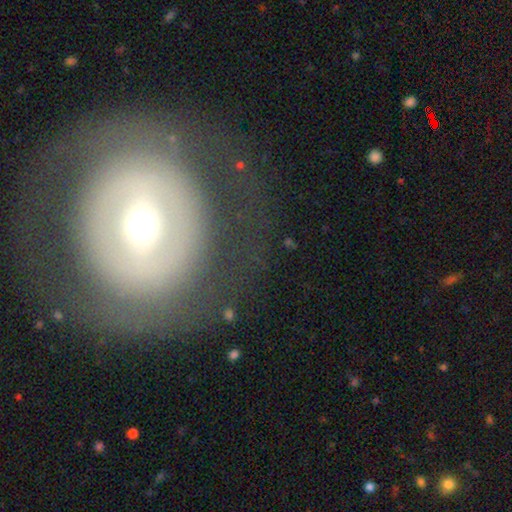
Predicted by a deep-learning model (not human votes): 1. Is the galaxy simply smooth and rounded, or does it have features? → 58% featured or disk, 33% smooth, 9% star or artifact.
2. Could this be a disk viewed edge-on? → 94% no, 6% yes.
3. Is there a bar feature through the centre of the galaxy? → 46% no, 31% weak, 23% strong.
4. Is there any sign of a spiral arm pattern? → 70% no, 30% yes.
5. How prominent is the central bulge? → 54% moderate, 36% small, 6% large, 2% dominant, 1% none.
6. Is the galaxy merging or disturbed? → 75% none, 11% major disturbance, 11% minor disturbance, 2% merger.